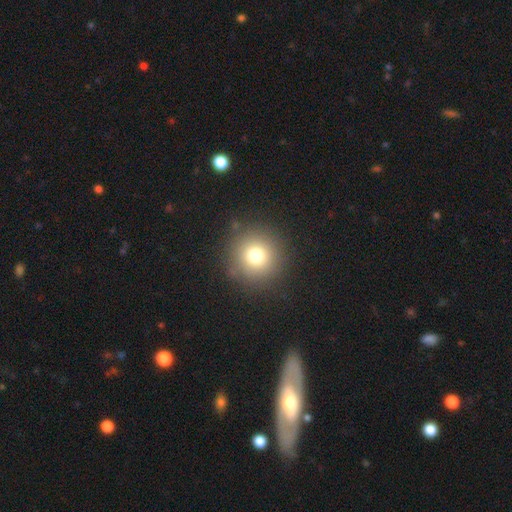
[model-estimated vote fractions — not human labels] Smooth or featured? Predicted: smooth (p=0.76). How rounded? Predicted: round (p=0.95). Merging? Predicted: none (p=0.87).